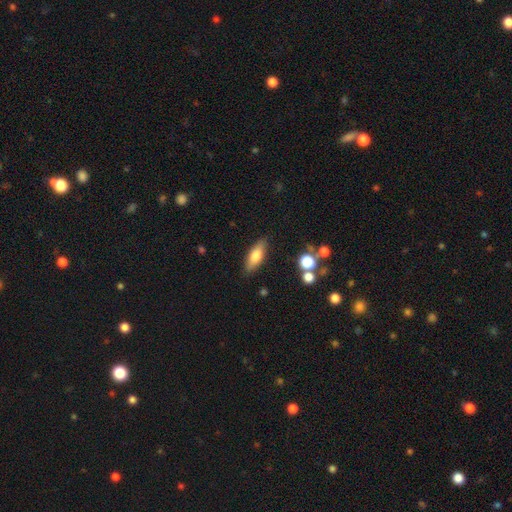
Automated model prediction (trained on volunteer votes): smooth-or-featured: smooth: 71% | featured or disk: 22% | star or artifact: 7%
  how-rounded: in between: 64% | cigar-shaped: 33% | round: 3%
  merging: none: 84% | minor disturbance: 11% | major disturbance: 3% | merger: 2%